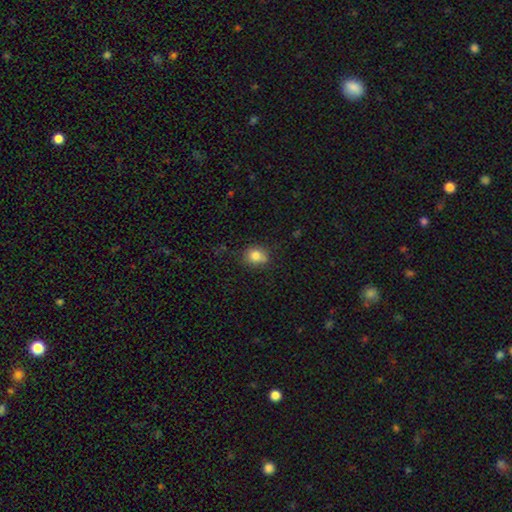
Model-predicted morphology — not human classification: Smooth or featured? smooth (81%)
How rounded? round (69%)
Merging? none (68%)